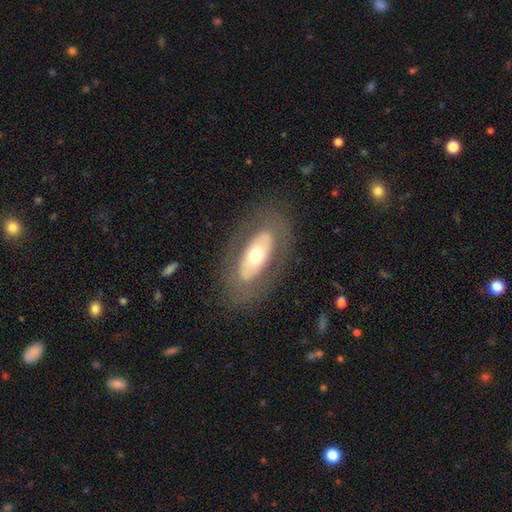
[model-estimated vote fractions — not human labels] Smooth or featured? featured or disk (51%)
Edge-on disk? no (85%)
Merging? none (79%)